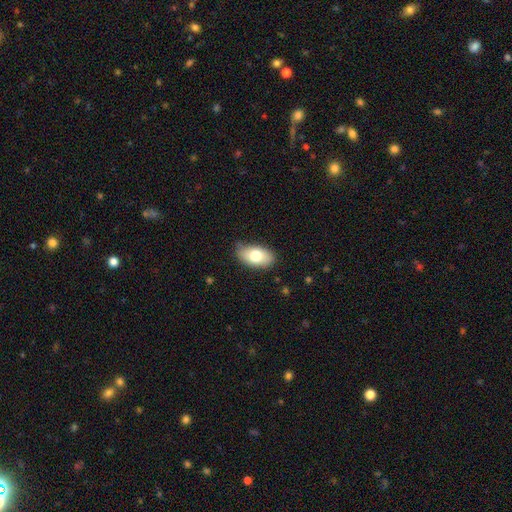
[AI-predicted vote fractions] Smooth or featured: smooth — 76% (featured or disk — 17%)
How rounded: in between — 93% (round — 5%)
Merging: none — 79% (minor disturbance — 17%)